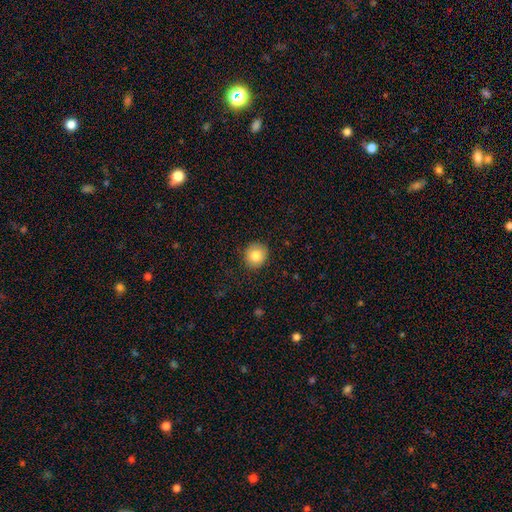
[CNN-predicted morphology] smooth 84%, star or artifact 9%, featured or disk 8%. Down the decision tree: how rounded — round (89%); merging — none (89%).